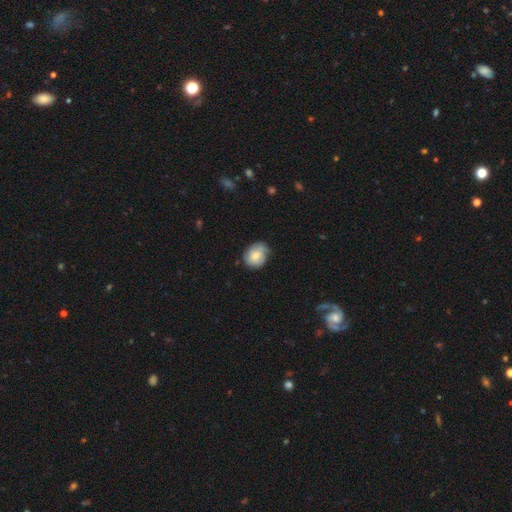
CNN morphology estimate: Smooth or featured? Predicted: smooth (p=0.64). How rounded? Predicted: round (p=0.62). Merging? Predicted: none (p=0.61).